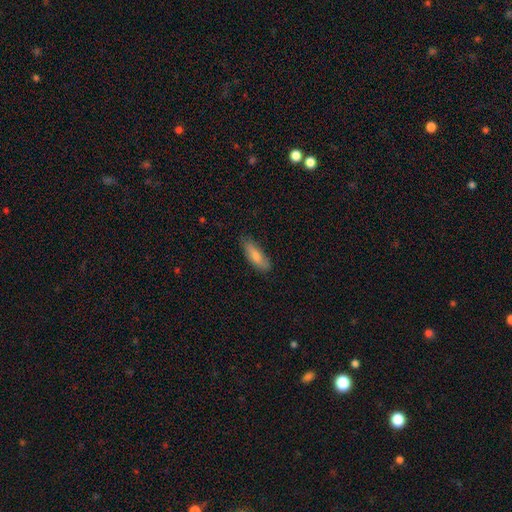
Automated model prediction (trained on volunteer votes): smooth_or_featured: smooth (p=0.78) [alt: featured or disk p=0.16]
how_rounded: in between (p=0.61) [alt: cigar-shaped p=0.37]
merging: none (p=0.78) [alt: minor disturbance p=0.17]